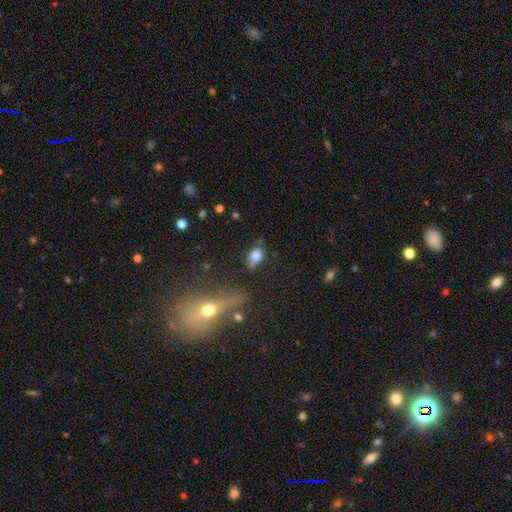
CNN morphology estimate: smooth_or_featured: smooth (p=0.78) [alt: featured or disk p=0.11]
how_rounded: in between (p=0.72) [alt: round p=0.26]
merging: none (p=0.54) [alt: minor disturbance p=0.26]